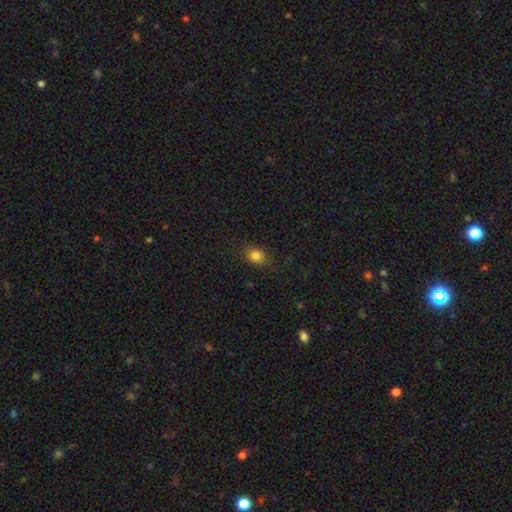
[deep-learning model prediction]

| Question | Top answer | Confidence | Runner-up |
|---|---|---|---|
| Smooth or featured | smooth | 83% | star or artifact (11%) |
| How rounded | in between | 56% | round (43%) |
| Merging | none | 82% | minor disturbance (13%) |